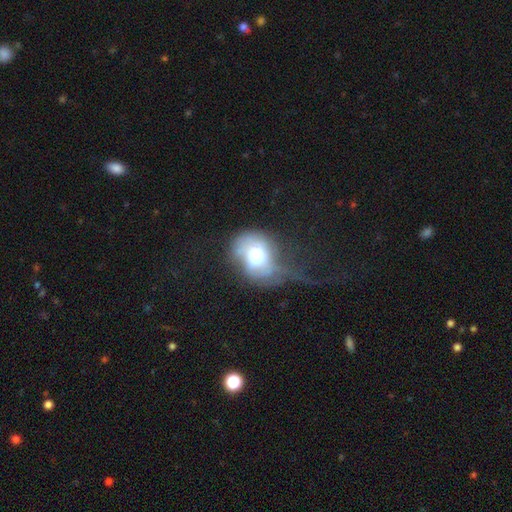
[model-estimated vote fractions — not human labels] A smooth galaxy with no disk features (57%) that is round (60%).

Vote fractions:
- Smooth or featured? smooth: 57% / featured or disk: 32% / star or artifact: 11%
- How rounded? round: 60% / in between: 39% / cigar-shaped: 1%
- Merging? major disturbance: 47% / minor disturbance: 25% / none: 24% / merger: 4%